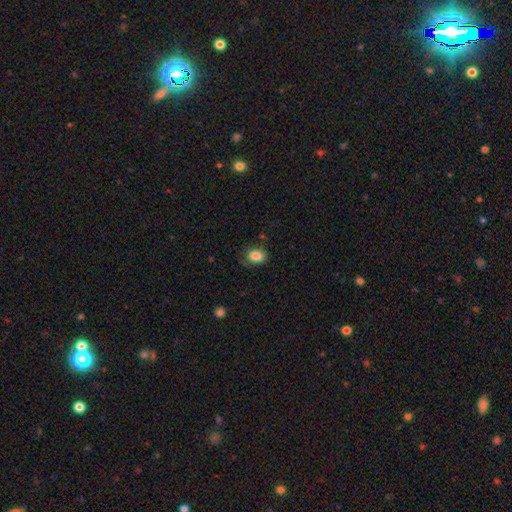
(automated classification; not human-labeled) Q: Smooth or featured?
A: smooth (86%); runner-up: star or artifact (9%)
Q: How rounded?
A: in between (63%); runner-up: round (36%)
Q: Merging?
A: none (72%); runner-up: minor disturbance (21%)